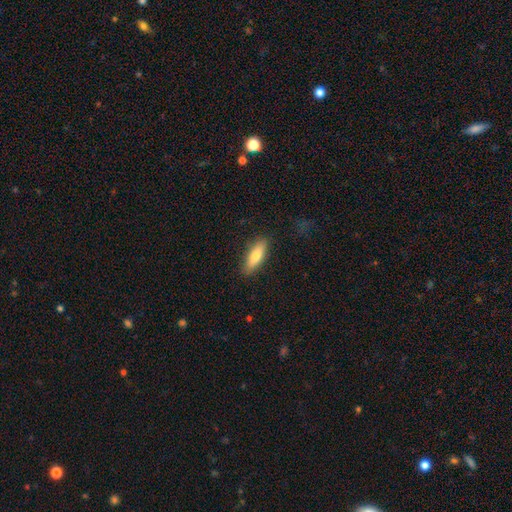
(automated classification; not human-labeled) Morphology: type=smooth (77%); roundness=cigar-shaped (50%); merging=none (87%).